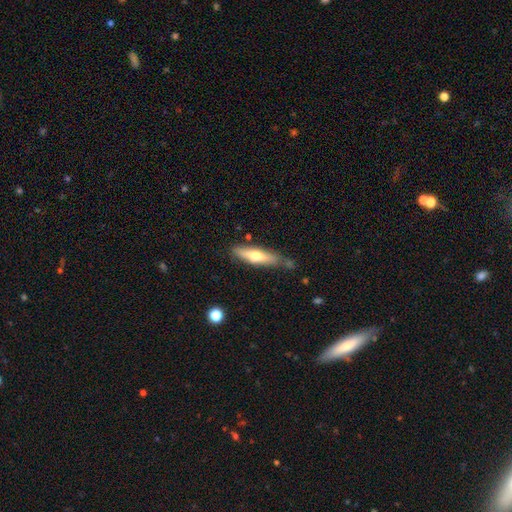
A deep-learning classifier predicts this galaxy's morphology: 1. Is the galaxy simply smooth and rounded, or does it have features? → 57% smooth, 37% featured or disk, 6% star or artifact.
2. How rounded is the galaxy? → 74% cigar-shaped, 24% in between, 2% round.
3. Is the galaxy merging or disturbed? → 72% none, 18% minor disturbance, 6% merger, 4% major disturbance.